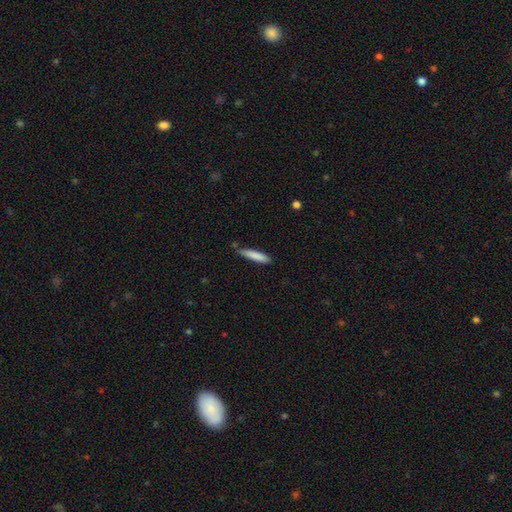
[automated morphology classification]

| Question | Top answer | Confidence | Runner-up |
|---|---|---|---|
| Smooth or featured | smooth | 83% | featured or disk (11%) |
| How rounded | cigar-shaped | 87% | in between (12%) |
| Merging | none | 76% | minor disturbance (18%) |